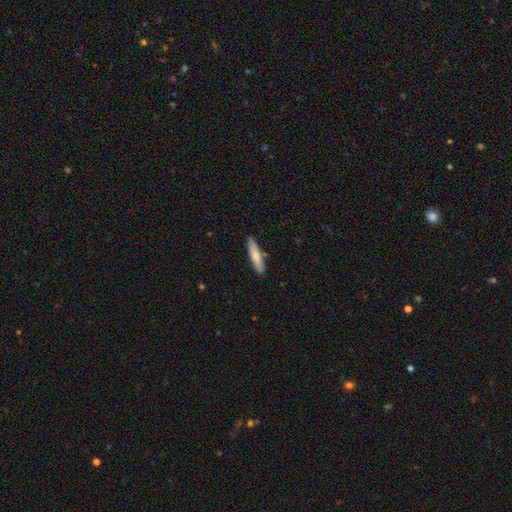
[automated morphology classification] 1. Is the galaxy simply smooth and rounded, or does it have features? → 80% smooth, 15% featured or disk, 5% star or artifact.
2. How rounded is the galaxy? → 79% cigar-shaped, 20% in between, 1% round.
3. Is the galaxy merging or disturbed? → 87% none, 9% minor disturbance, 2% merger, 2% major disturbance.